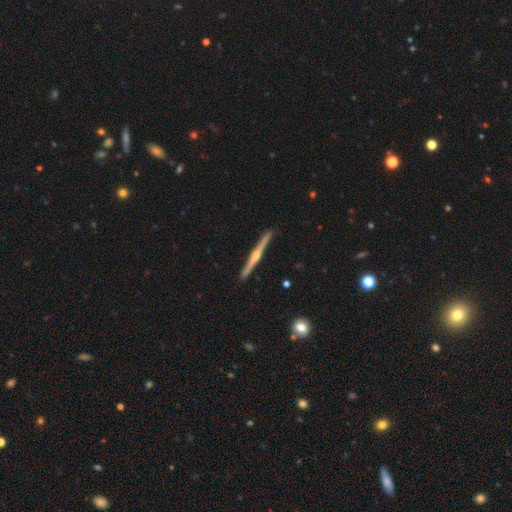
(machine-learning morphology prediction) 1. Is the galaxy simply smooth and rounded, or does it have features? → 80% featured or disk, 15% smooth, 5% star or artifact.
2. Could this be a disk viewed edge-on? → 99% yes, 1% no.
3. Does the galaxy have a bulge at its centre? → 88% rounded, 8% none, 5% boxy.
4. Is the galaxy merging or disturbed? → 92% none, 5% minor disturbance, 1% major disturbance, 1% merger.